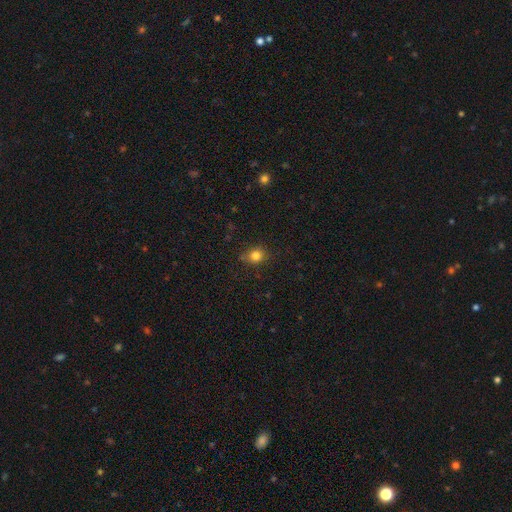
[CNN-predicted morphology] Smooth or featured? Predicted: smooth (p=0.81). How rounded? Predicted: round (p=0.71). Merging? Predicted: none (p=0.82).